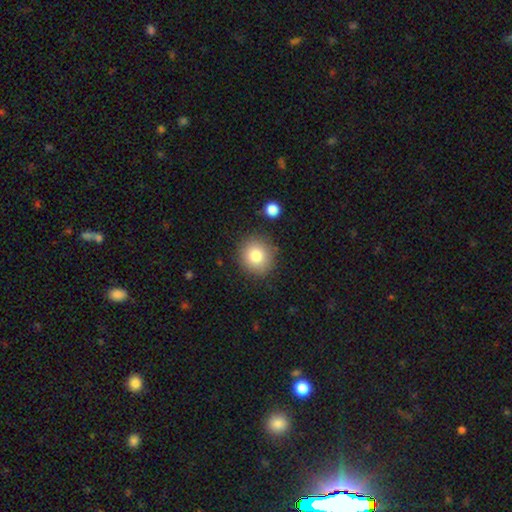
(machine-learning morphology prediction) The model was most divided on "smooth or featured": smooth: 81%, star or artifact: 10%, featured or disk: 9%. More confident: how rounded — round (88%); merging — none (85%).